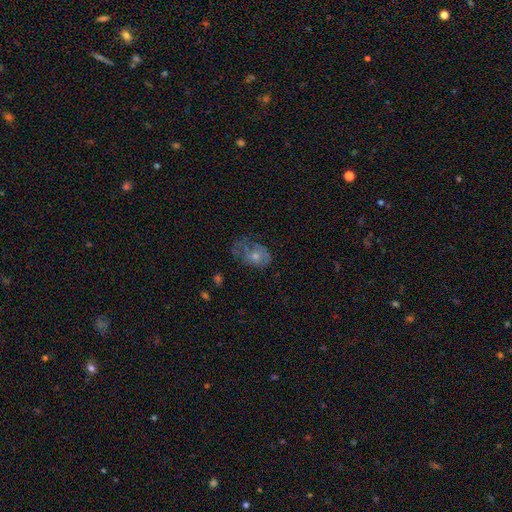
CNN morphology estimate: smooth 51%, featured or disk 40%, star or artifact 9%. Down the decision tree: how rounded — in between (71%); merging — major disturbance (37%).